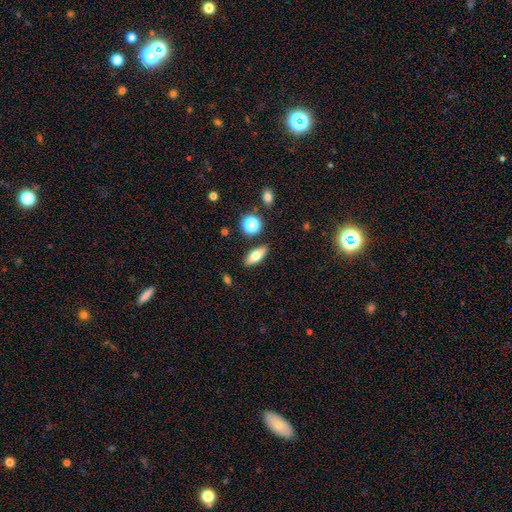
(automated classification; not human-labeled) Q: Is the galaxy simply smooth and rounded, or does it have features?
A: smooth — 65%.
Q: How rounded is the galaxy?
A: in between — 65%.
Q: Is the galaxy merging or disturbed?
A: none — 86%.